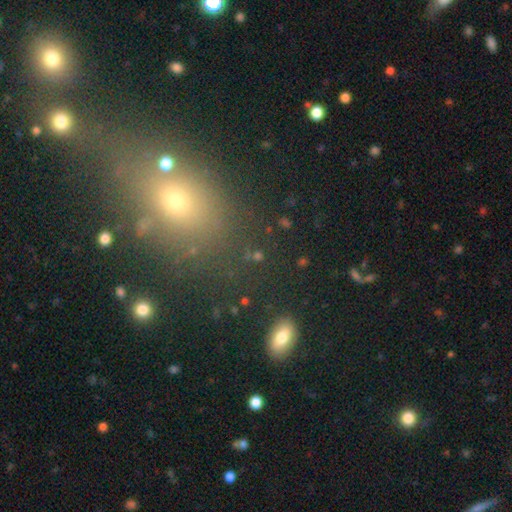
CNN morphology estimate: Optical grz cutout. It shows a smooth galaxy with no disk features (59%) that is in between round and cigar-shaped (48%). Merging: none (74%).